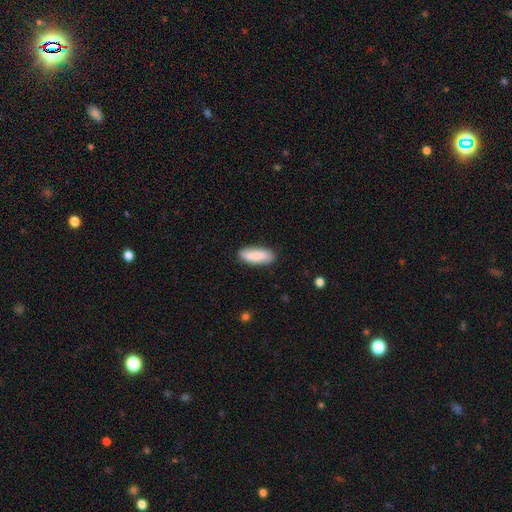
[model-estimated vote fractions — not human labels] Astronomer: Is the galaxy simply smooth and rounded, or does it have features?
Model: smooth — 87%.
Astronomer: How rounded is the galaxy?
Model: in between — 67%.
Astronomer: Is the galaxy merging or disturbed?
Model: none — 85%.